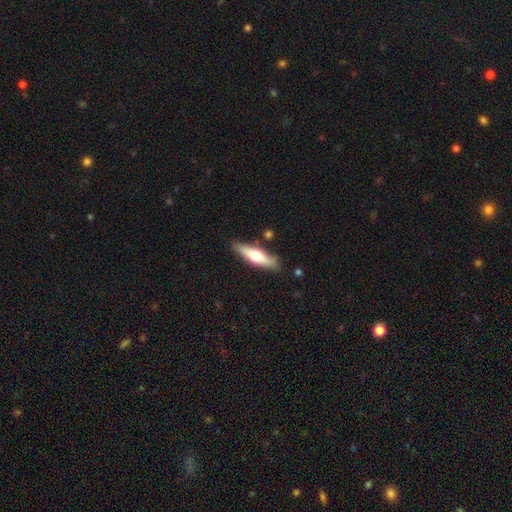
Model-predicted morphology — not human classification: Smooth or featured: smooth — 51% (featured or disk — 43%)
How rounded: cigar-shaped — 68% (in between — 30%)
Merging: none — 83% (minor disturbance — 12%)